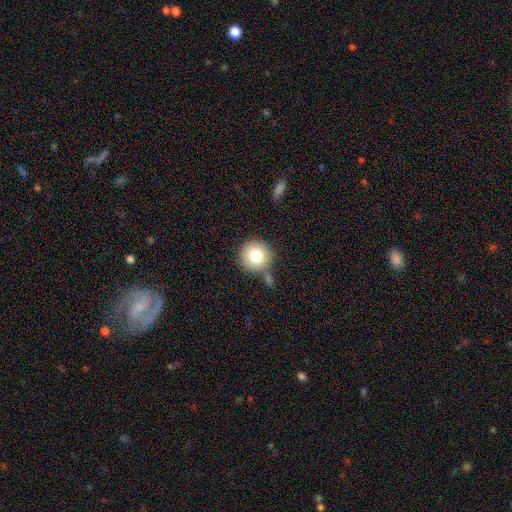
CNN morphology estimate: smooth 79%, featured or disk 12%, star or artifact 9%. Down the decision tree: how rounded — round (94%); merging — none (74%).